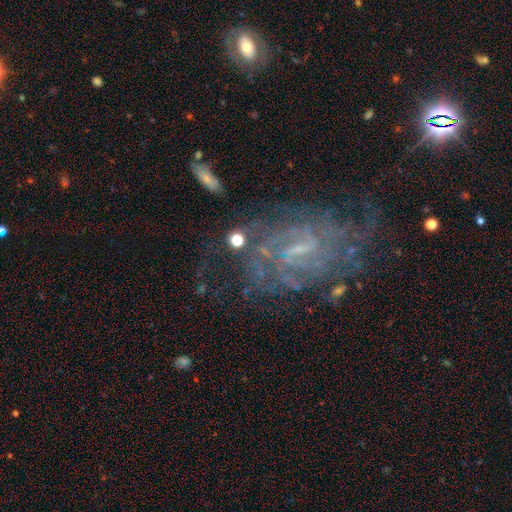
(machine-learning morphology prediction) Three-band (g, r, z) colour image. It shows a featured or disk galaxy (78%) with a weak bar (54%), tight (58%) spiral arms (92%) and a small central bulge (64%). Merging: none (66%).